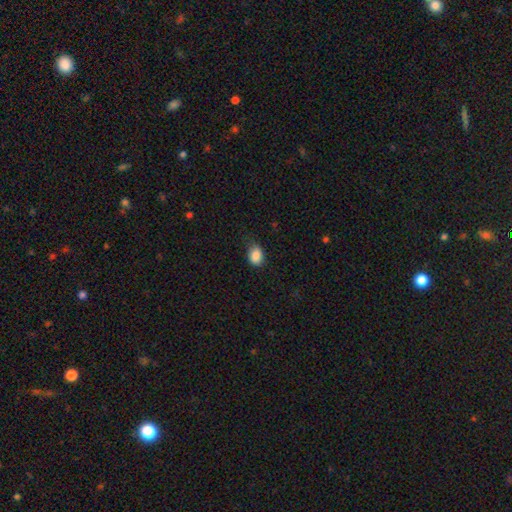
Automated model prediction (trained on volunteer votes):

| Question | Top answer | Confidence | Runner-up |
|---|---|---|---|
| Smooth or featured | smooth | 87% | star or artifact (8%) |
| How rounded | in between | 71% | round (27%) |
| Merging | none | 60% | minor disturbance (31%) |